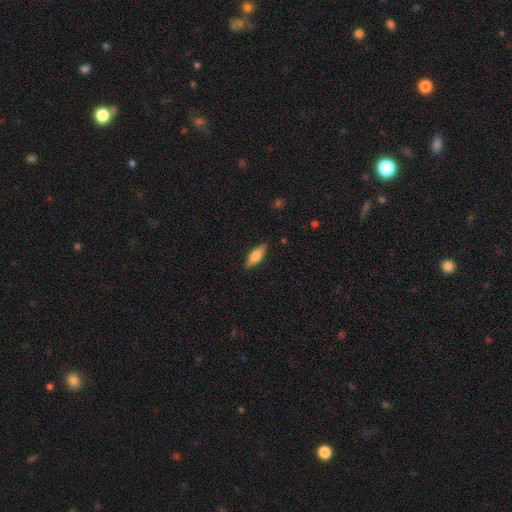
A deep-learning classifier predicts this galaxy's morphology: Q: Smooth or featured?
A: smooth (68%); runner-up: featured or disk (26%)
Q: How rounded?
A: in between (58%); runner-up: cigar-shaped (40%)
Q: Merging?
A: none (86%); runner-up: minor disturbance (11%)